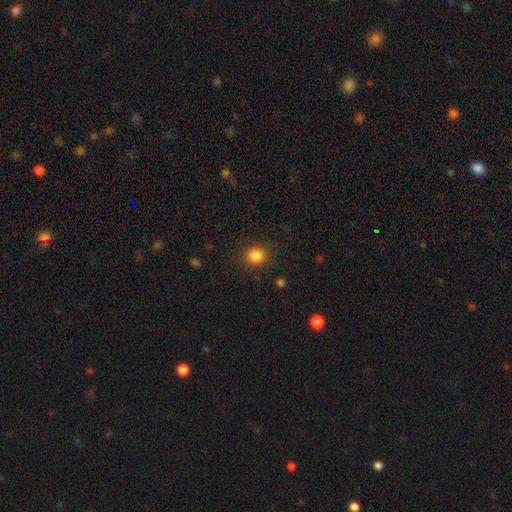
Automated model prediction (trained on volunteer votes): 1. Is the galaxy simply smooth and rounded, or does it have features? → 85% smooth, 11% star or artifact, 4% featured or disk.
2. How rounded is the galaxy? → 83% round, 16% in between, 1% cigar-shaped.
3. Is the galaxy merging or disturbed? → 89% none, 7% minor disturbance, 3% major disturbance, 1% merger.